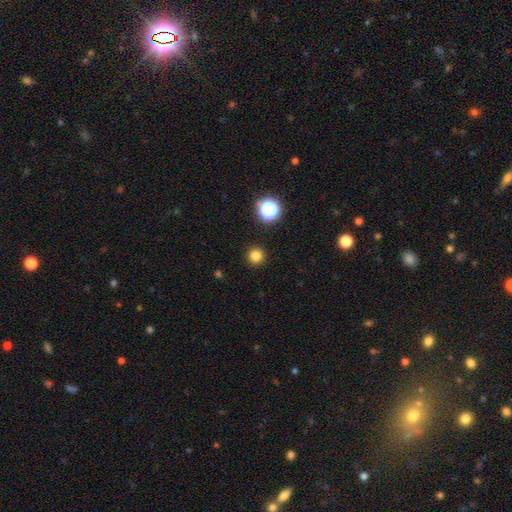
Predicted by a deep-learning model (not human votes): The model was most divided on "smooth or featured": smooth: 80%, star or artifact: 16%, featured or disk: 4%. More confident: how rounded — round (96%); merging — none (93%).